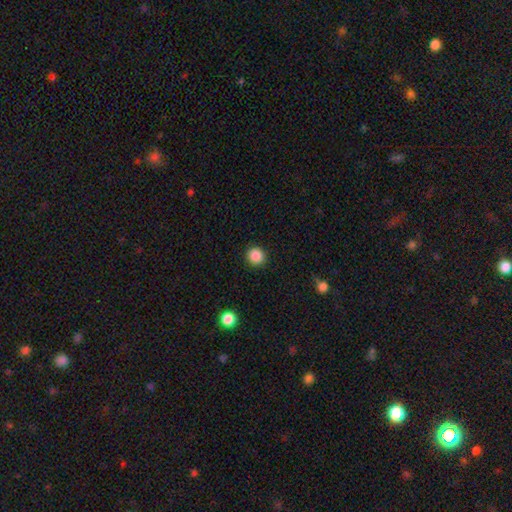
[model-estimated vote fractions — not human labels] A smooth galaxy with no disk features (88%) that is round (93%). Merging: none (92%).